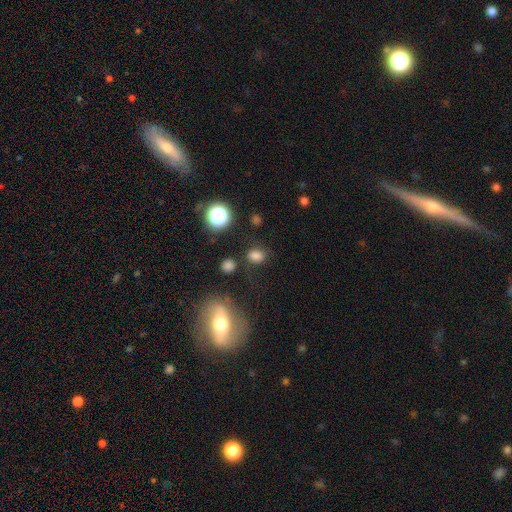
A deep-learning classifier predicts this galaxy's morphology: Q: Smooth or featured?
A: smooth (75%); runner-up: star or artifact (19%)
Q: How rounded?
A: in between (55%); runner-up: round (43%)
Q: Merging?
A: none (76%); runner-up: minor disturbance (13%)